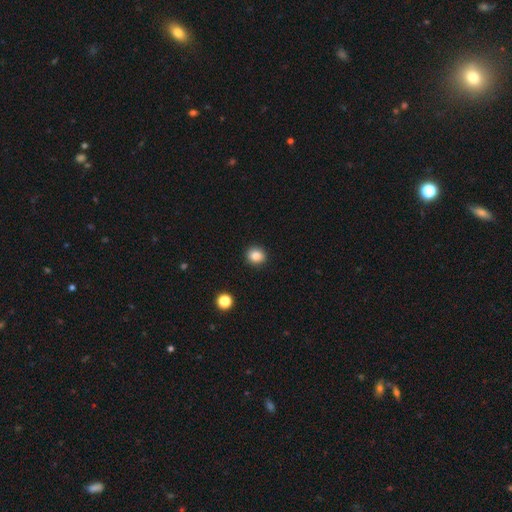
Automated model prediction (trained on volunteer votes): A smooth galaxy with no disk features (85%) that is round (81%).

Vote fractions:
- Smooth or featured? smooth: 85% / star or artifact: 11% / featured or disk: 5%
- How rounded? round: 81% / in between: 18% / cigar-shaped: 1%
- Merging? none: 92% / minor disturbance: 5% / major disturbance: 2% / merger: 1%